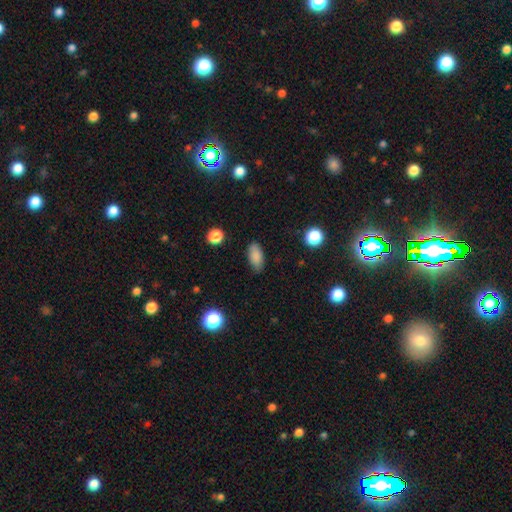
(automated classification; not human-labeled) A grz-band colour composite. It shows a smooth galaxy with no disk features (86%) that is in between round and cigar-shaped (89%). Merging: none (83%).